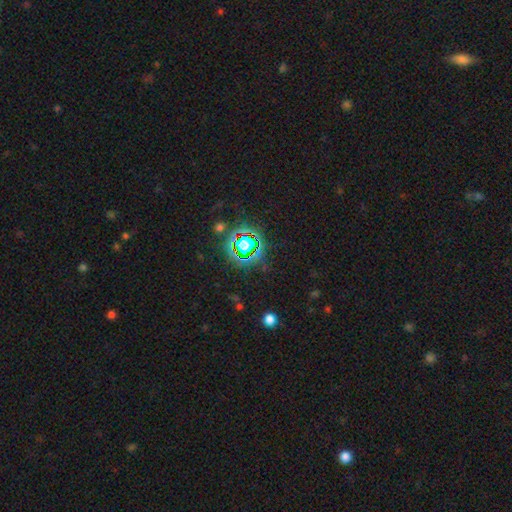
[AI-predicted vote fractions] Smooth or featured?
  - star or artifact: 79% *
  - smooth: 13%
  - featured or disk: 8%